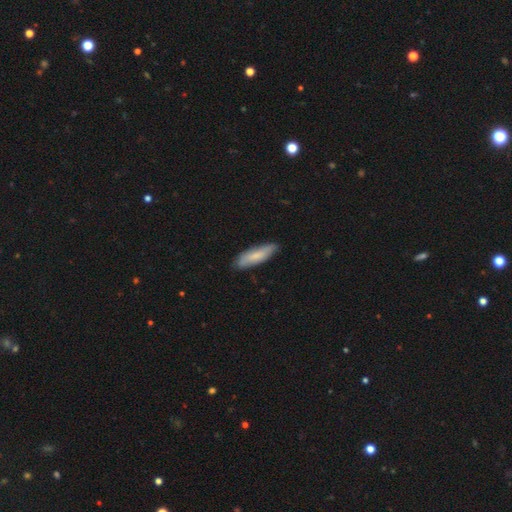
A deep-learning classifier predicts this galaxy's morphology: Smooth or featured?
  - smooth: 73% *
  - featured or disk: 22%
  - star or artifact: 6%
How rounded?
  - cigar-shaped: 59% *
  - in between: 40%
  - round: 2%
Merging?
  - none: 80% *
  - minor disturbance: 16%
  - major disturbance: 3%
  - merger: 1%